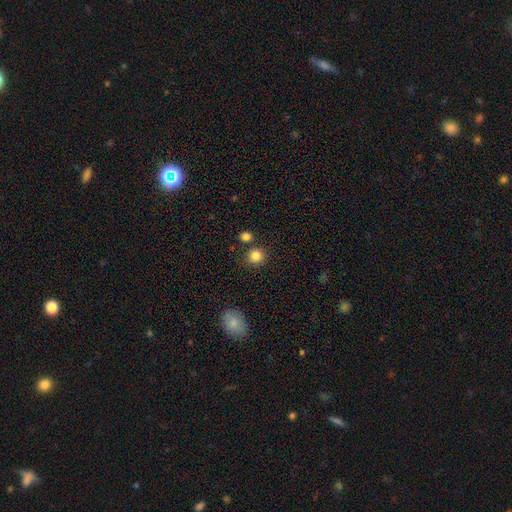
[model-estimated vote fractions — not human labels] Morphology: type=smooth (84%); roundness=round (90%); merging=none (82%).